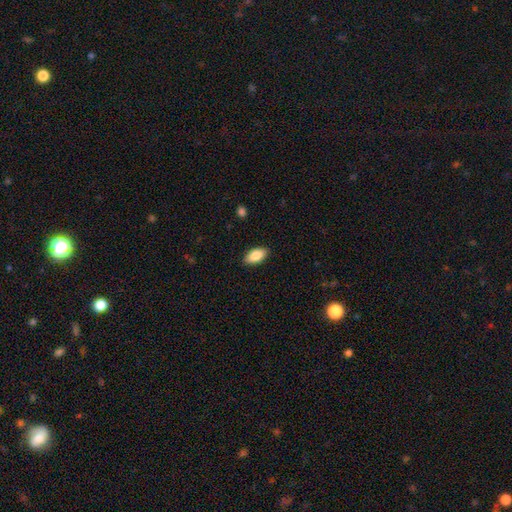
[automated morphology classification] Smooth or featured?
  - smooth: 88% *
  - star or artifact: 6%
  - featured or disk: 6%
How rounded?
  - in between: 93% *
  - cigar-shaped: 4%
  - round: 3%
Merging?
  - none: 88% *
  - minor disturbance: 9%
  - major disturbance: 2%
  - merger: 1%